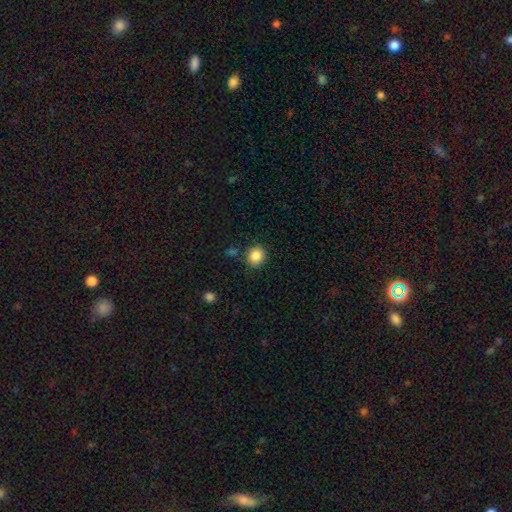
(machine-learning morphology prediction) Smooth or featured? Predicted: smooth (p=0.87). How rounded? Predicted: round (p=0.82). Merging? Predicted: none (p=0.84).